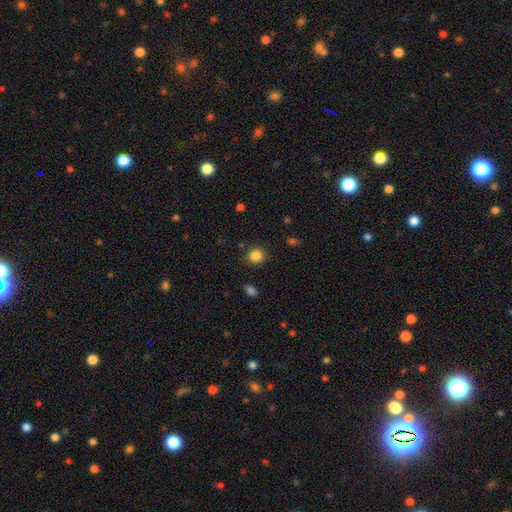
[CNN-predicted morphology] Q: Smooth or featured?
A: smooth (85%); runner-up: star or artifact (11%)
Q: How rounded?
A: round (88%); runner-up: in between (11%)
Q: Merging?
A: none (88%); runner-up: minor disturbance (8%)